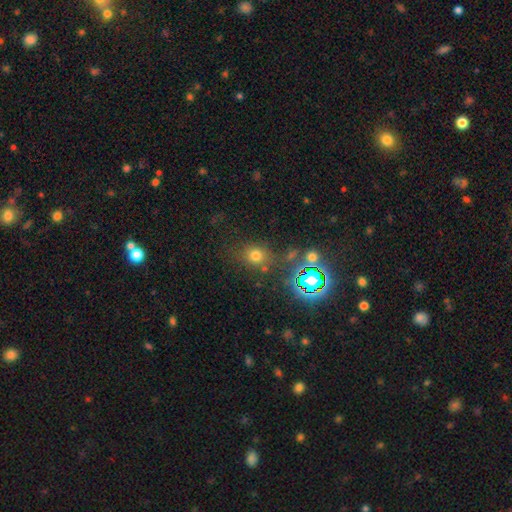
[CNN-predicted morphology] This is likely a smooth galaxy (66%). How rounded: likely round (73%). Merging: likely none (72%).